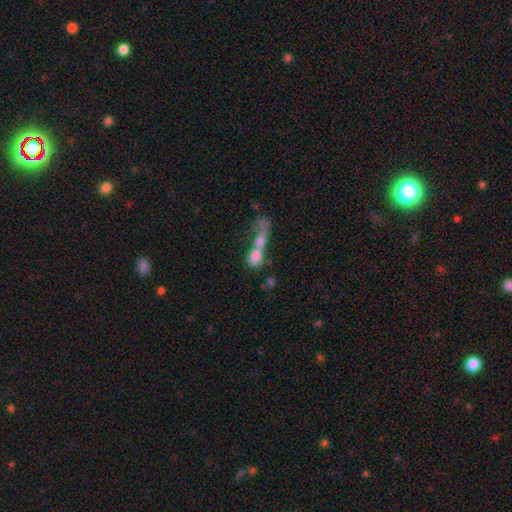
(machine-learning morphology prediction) type=smooth (67%); roundness=in between (55%); merging=merger (75%).